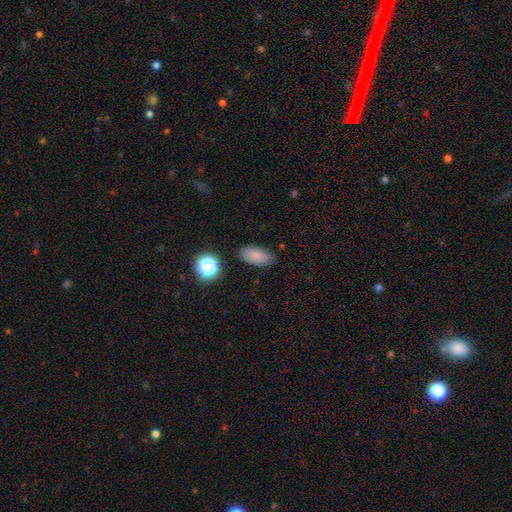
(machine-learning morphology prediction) type=smooth (83%); roundness=in between (89%); merging=none (82%).